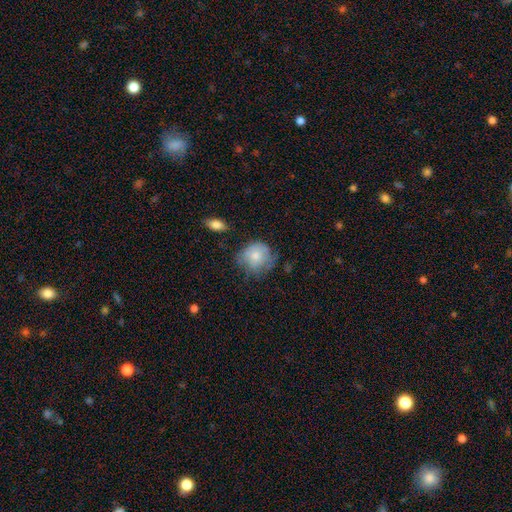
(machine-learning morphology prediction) type=smooth (65%); roundness=round (82%); merging=none (55%).